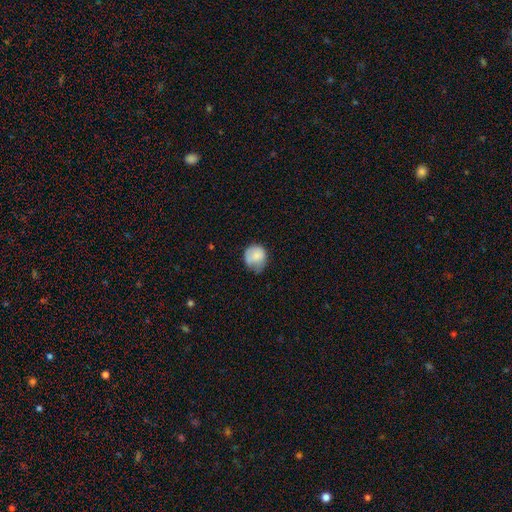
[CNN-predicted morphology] Overall: smooth (79%). How rounded: round (78%). Merging: none (43%; minor disturbance 40%).